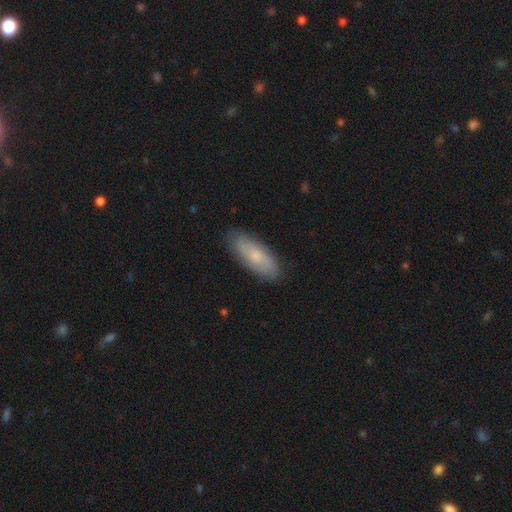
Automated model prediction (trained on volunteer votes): This is possibly a smooth galaxy (54%). How rounded: likely in between (72%). Merging: clearly none (84%).